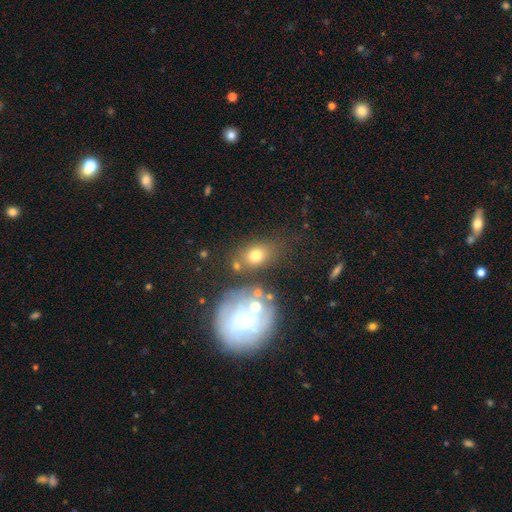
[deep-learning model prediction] A smooth galaxy with no disk features (69%) that is in between round and cigar-shaped (67%). Merging: none (63%).